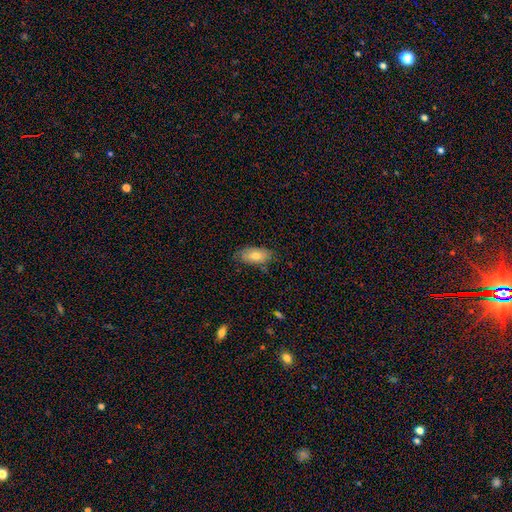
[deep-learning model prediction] Morphology: type=smooth (73%); roundness=in between (91%); merging=none (74%).